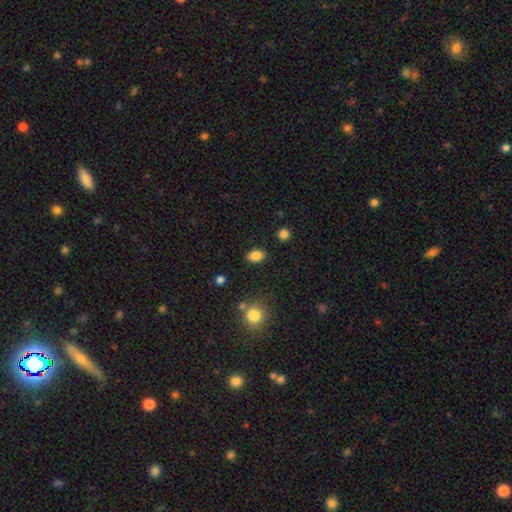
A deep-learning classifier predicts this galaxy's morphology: This is clearly a smooth galaxy (85%). How rounded: clearly in between (82%). Merging: clearly none (85%).